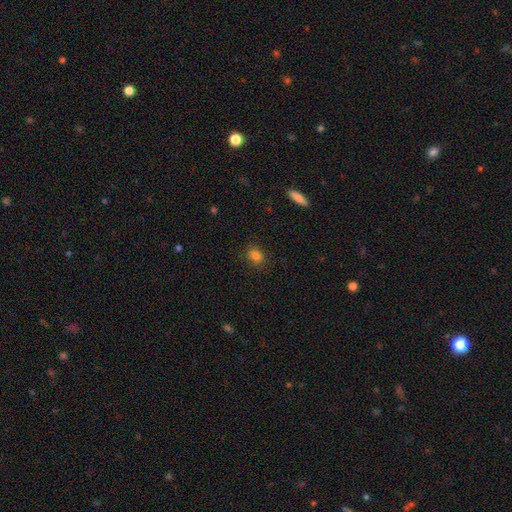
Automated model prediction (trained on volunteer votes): A smooth galaxy with no disk features (82%) that is in between round and cigar-shaped (49%, tied with round).

Vote fractions:
- Smooth or featured? smooth: 82% / star or artifact: 14% / featured or disk: 5%
- How rounded? in between: 49% (tied) / round: 49% (tied) / cigar-shaped: 2%
- Merging? none: 82% / minor disturbance: 13% / major disturbance: 4% / merger: 2%